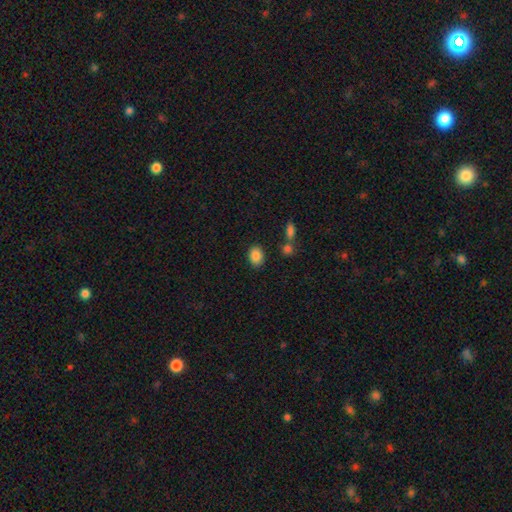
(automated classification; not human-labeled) Smooth or featured? Predicted: smooth (p=0.87). How rounded? Predicted: in between (p=0.72). Merging? Predicted: none (p=0.82).